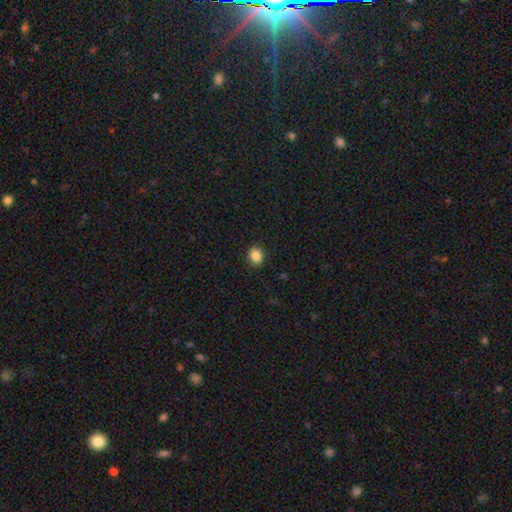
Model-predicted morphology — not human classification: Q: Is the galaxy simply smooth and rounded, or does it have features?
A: smooth — 86%.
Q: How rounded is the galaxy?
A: round — 61%.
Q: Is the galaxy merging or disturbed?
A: none — 90%.